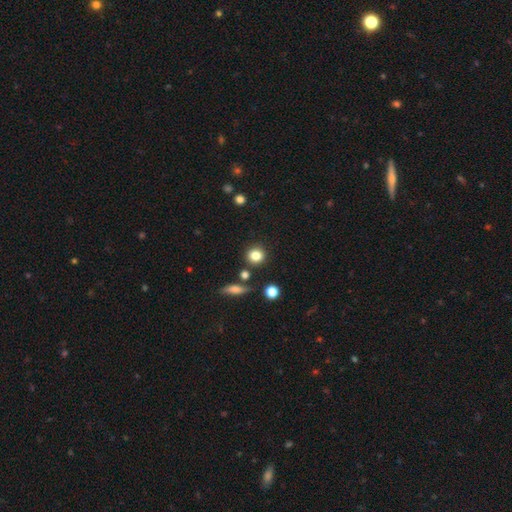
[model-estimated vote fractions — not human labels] Smooth or featured? Predicted: smooth (p=0.82). How rounded? Predicted: round (p=0.89). Merging? Predicted: none (p=0.85).